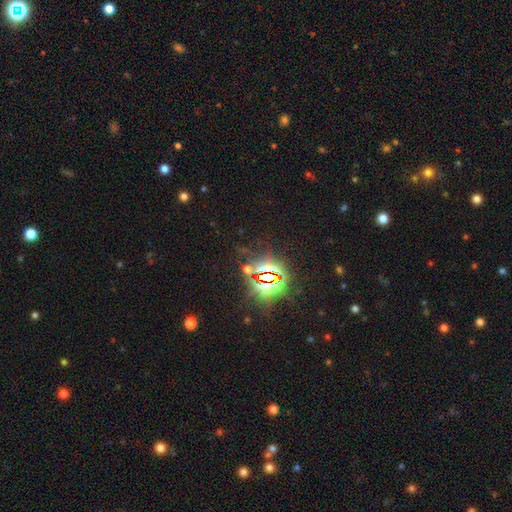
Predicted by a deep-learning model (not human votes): A star or artifact, not a galaxy (83%).

Vote fractions:
- Smooth or featured? star or artifact: 83% / smooth: 10% / featured or disk: 7%